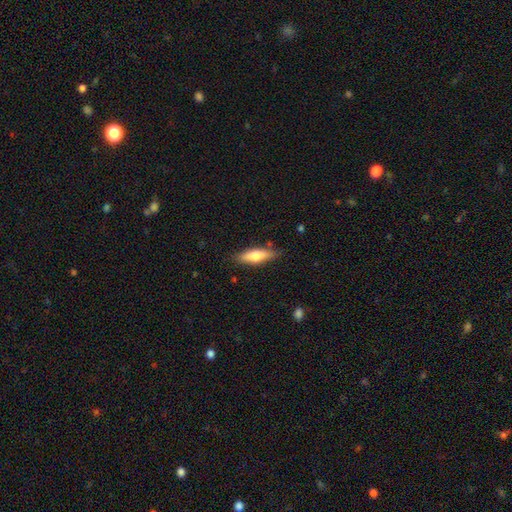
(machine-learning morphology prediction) smooth_or_featured: smooth (p=0.64) [alt: featured or disk p=0.30]
how_rounded: cigar-shaped (p=0.54) [alt: in between p=0.44]
merging: none (p=0.82) [alt: minor disturbance p=0.13]